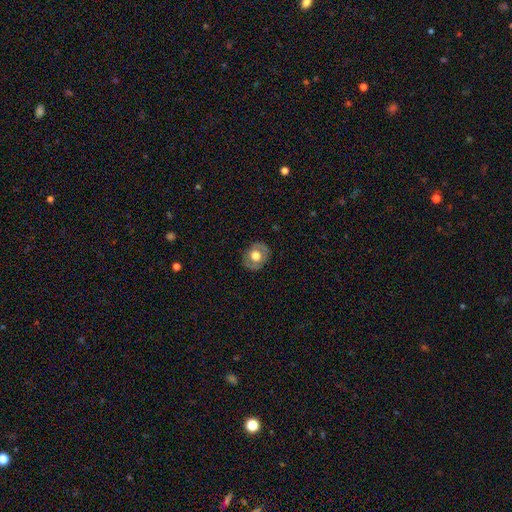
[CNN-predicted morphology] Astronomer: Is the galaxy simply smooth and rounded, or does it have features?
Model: smooth — 53% (runner-up: featured or disk, 40%).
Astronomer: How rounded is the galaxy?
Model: round — 70%.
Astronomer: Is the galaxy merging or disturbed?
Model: none — 83%.